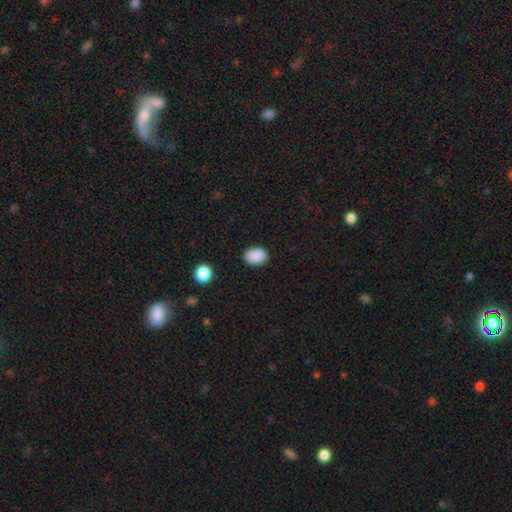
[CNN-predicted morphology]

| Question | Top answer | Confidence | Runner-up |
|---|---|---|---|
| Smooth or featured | smooth | 89% | star or artifact (9%) |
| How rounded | in between | 71% | round (28%) |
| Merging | none | 87% | minor disturbance (10%) |